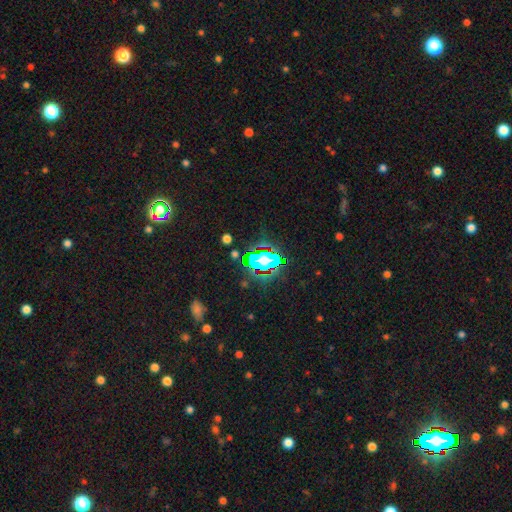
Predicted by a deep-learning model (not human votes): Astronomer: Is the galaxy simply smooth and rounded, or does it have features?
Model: star or artifact — 61%.